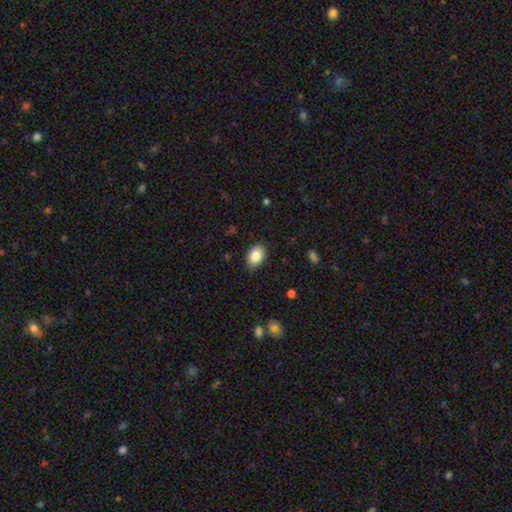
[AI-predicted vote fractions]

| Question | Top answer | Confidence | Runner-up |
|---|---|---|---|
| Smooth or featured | smooth | 85% | star or artifact (8%) |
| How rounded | in between | 78% | round (21%) |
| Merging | none | 81% | minor disturbance (16%) |